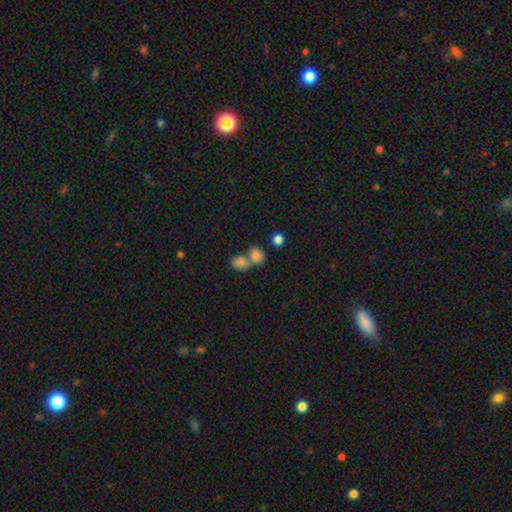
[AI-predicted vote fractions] Smooth or featured? Predicted: smooth (p=0.82). How rounded? Predicted: in between (p=0.54). Merging? Predicted: merger (p=0.58).